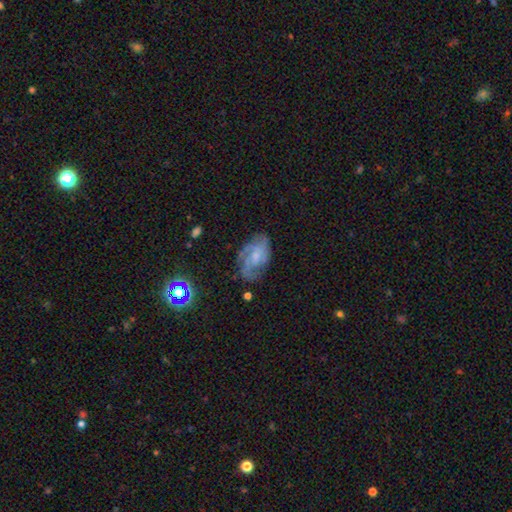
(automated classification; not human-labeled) This appears to be a featured or disk galaxy (75%) with no bar (60%), 3 (29%) medium (45%) spiral arms (92%) and a small central bulge (51%). Merging: none (66%).